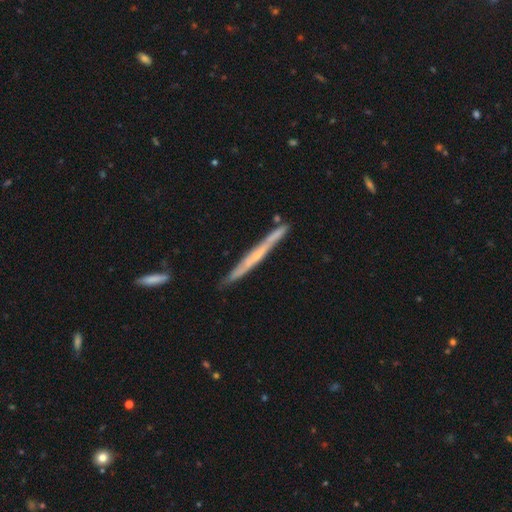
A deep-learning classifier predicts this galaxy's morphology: This is likely a featured or disk galaxy (64%). It is clearly viewed edge-on (96%). Edge-on bulge: likely none (66%). Merging: clearly none (83%).